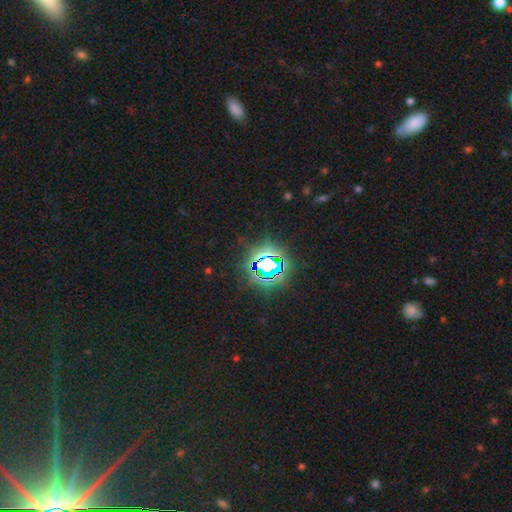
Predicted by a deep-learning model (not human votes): This appears to be a star or artifact, not a galaxy (82%).